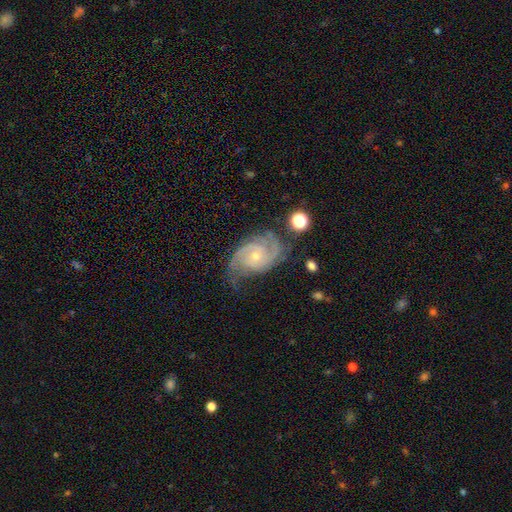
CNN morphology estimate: smooth-or-featured: featured or disk: 90% | star or artifact: 6% | smooth: 5%
  disk-edge-on: no: 97% | yes: 3%
    bar: no: 69% | weak: 25% | strong: 6%
    has-spiral-arms: yes: 98% | no: 2%
      spiral-winding: tight: 56% | medium: 37% | loose: 7%
      spiral-arm-count: 2: 51% | 3: 27% | can't tell: 10% | 4: 5% | 1: 4% | more than 4: 4%
    bulge-size: small: 64% | moderate: 33% | none: 1% | large: 1% | dominant: 1%
  merging: none: 69% | minor disturbance: 21% | major disturbance: 8% | merger: 2%